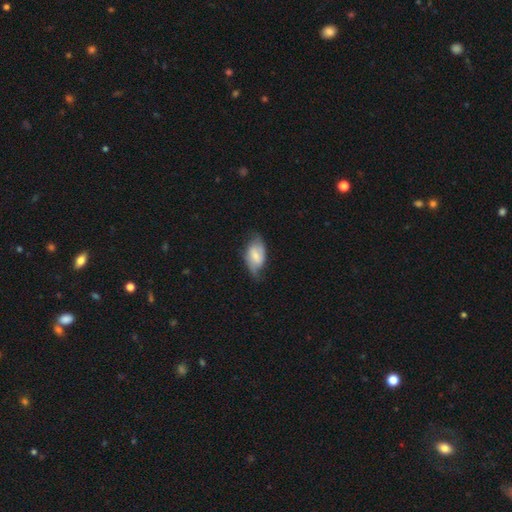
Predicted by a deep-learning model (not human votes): Overall: featured or disk (47%; smooth 46%). Merging: none (56%; minor disturbance 30%).